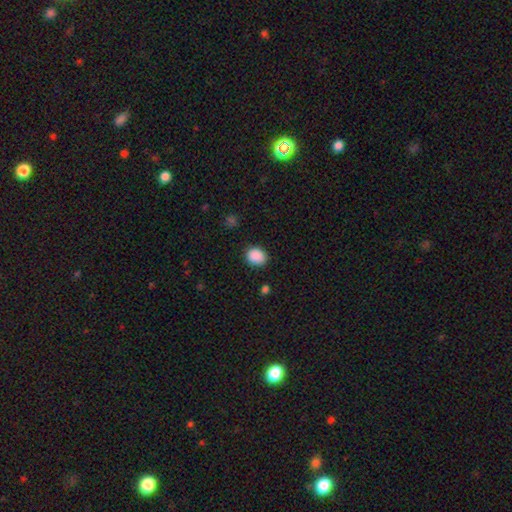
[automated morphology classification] Smooth or featured? smooth (89%)
How rounded? round (54%)
Merging? none (84%)